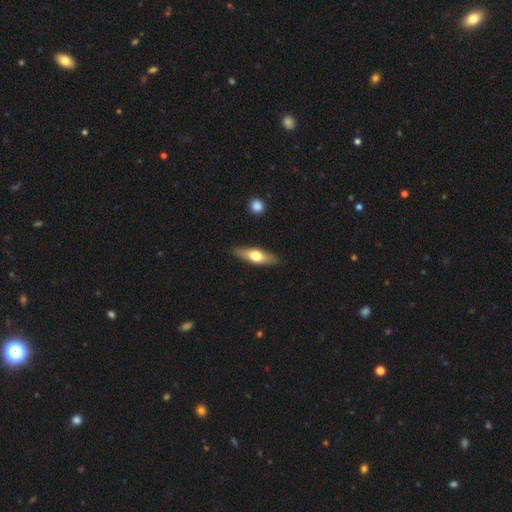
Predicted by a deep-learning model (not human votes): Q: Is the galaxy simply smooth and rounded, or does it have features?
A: smooth — 52%.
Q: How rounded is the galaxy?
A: cigar-shaped — 55%.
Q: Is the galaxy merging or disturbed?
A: none — 88%.